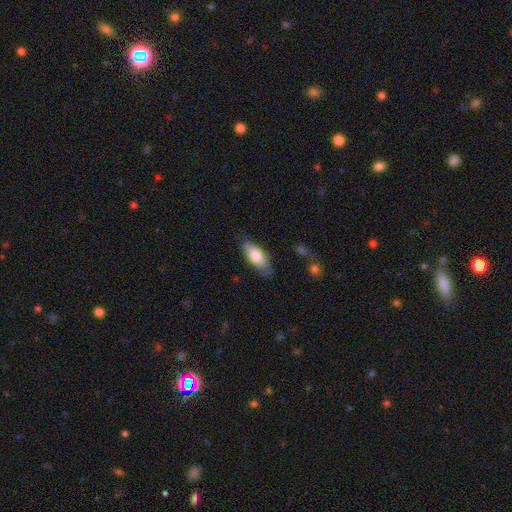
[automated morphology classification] smooth 75%, featured or disk 19%, star or artifact 6%. Down the decision tree: how rounded — in between (85%); merging — none (68%).